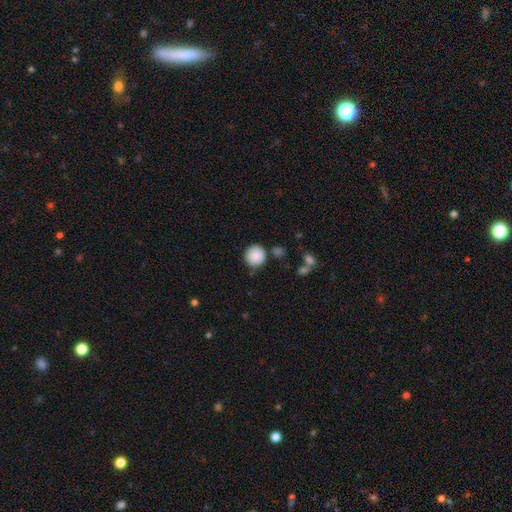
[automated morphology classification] Smooth or featured: smooth — 88% (star or artifact — 8%)
How rounded: round — 93% (in between — 6%)
Merging: none — 80% (minor disturbance — 12%)